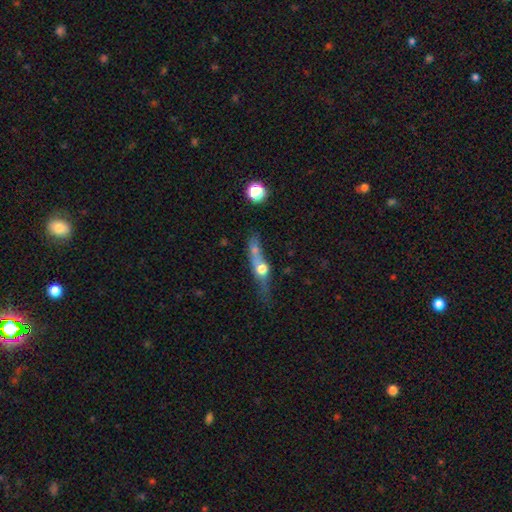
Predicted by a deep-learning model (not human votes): This appears to be a featured or disk galaxy (50%) viewed edge-on (74%). Merging: none (42%).